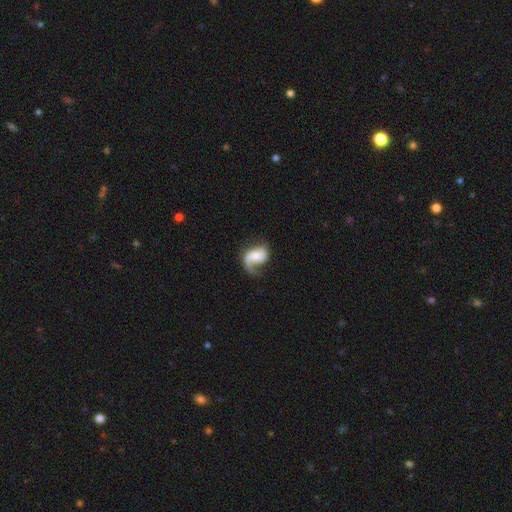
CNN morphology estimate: A featured or disk galaxy (76%) with no bar (57%), 1 (50%) loose (54%) spiral arms (93%) and a moderate central bulge (53%).

Vote fractions:
- Smooth or featured? featured or disk: 76% / smooth: 18% / star or artifact: 6%
- Edge-on disk? no: 97% / yes: 3%
- Bar? no: 57% / weak: 33% / strong: 10%
- Spiral arms? yes: 93% / no: 7%
- Spiral winding? loose: 54% / medium: 33% / tight: 12%
- Spiral arm count? 1: 50% / 2: 44% / can't tell: 3% / 3: 1% / 4: 1% / more than 4: 1%
- Bulge size? moderate: 53% / small: 36% / large: 6% / none: 4% / dominant: 1%
- Merging? none: 45% / major disturbance: 29% / minor disturbance: 24% / merger: 3%